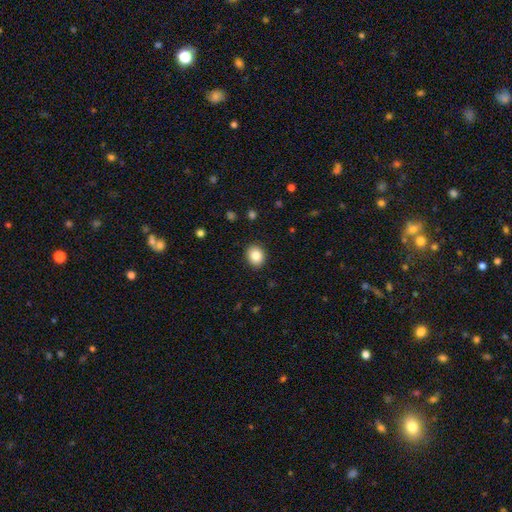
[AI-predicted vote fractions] This is clearly a smooth galaxy (84%). How rounded: possibly round (60%). Merging: clearly none (91%).